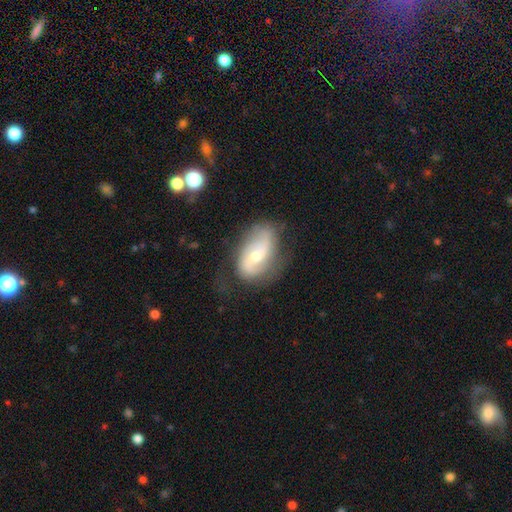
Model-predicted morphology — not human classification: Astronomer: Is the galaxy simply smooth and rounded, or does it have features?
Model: featured or disk — 68%.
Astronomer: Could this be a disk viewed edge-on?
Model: no — 95%.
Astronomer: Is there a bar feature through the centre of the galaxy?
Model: no — 49% (runner-up: weak, 40%).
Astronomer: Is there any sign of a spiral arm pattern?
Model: yes — 87%.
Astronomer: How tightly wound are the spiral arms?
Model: medium — 40% (runner-up: loose, 38%).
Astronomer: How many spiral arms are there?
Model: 2 — 73%.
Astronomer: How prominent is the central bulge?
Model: moderate — 51% (runner-up: small, 43%).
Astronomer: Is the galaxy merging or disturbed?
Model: none — 61%.